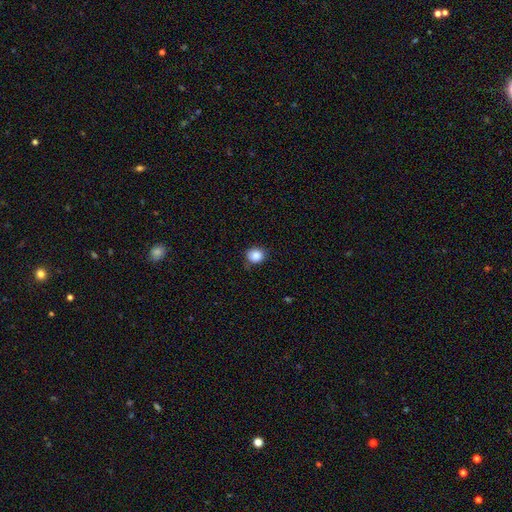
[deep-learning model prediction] smooth-or-featured: smooth: 86% | star or artifact: 9% | featured or disk: 4%
  how-rounded: round: 79% | in between: 20% | cigar-shaped: 1%
  merging: none: 77% | minor disturbance: 18% | major disturbance: 3% | merger: 1%